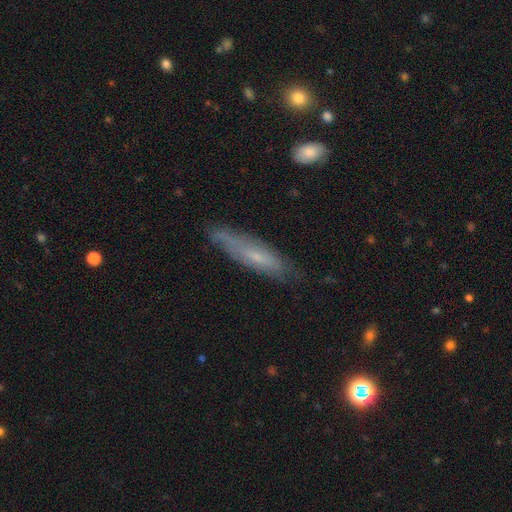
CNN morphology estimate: A featured or disk galaxy (47%). Merging: none (67%).